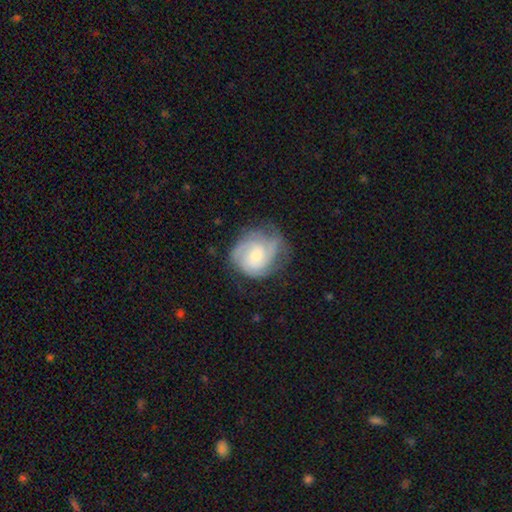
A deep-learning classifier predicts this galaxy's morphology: Q: Smooth or featured?
A: featured or disk (77%); runner-up: smooth (17%)
Q: Edge-on disk?
A: no (98%); runner-up: yes (2%)
Q: Bar?
A: no (68%); runner-up: weak (28%)
Q: Spiral arms?
A: yes (95%); runner-up: no (5%)
Q: Spiral winding?
A: tight (59%); runner-up: medium (34%)
Q: Spiral arm count?
A: 3 (37%); runner-up: 2 (24%)
Q: Bulge size?
A: small (51%); runner-up: moderate (40%)
Q: Merging?
A: none (65%); runner-up: minor disturbance (23%)